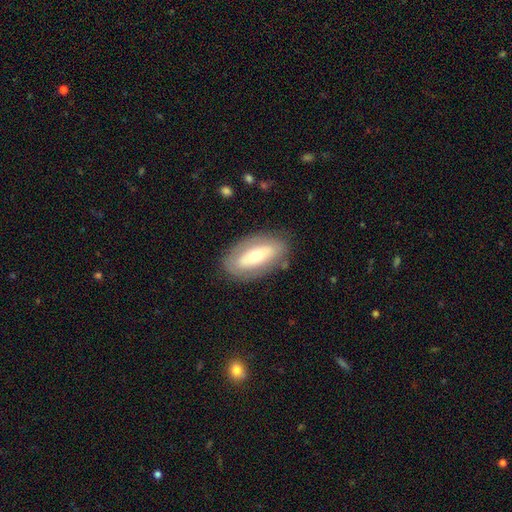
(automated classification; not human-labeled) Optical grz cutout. It shows a featured or disk galaxy (49%). Merging: none (81%).